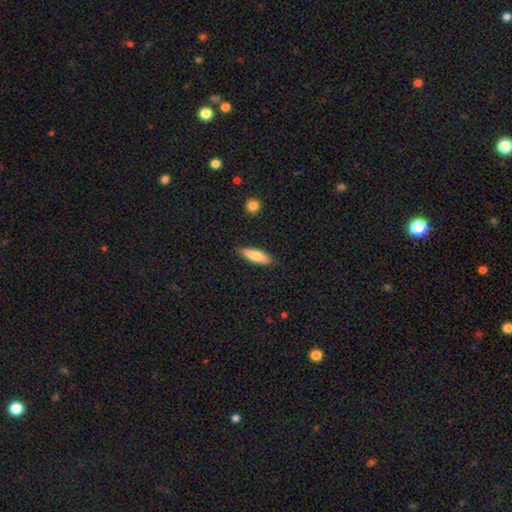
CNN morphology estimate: smooth 79%, featured or disk 15%, star or artifact 6%. Down the decision tree: how rounded — cigar-shaped (52%); merging — none (87%).